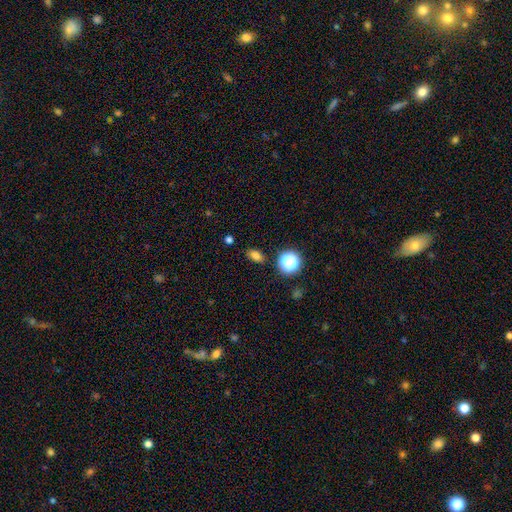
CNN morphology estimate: smooth 77%, star or artifact 17%, featured or disk 6%. Down the decision tree: how rounded — in between (74%); merging — none (84%).